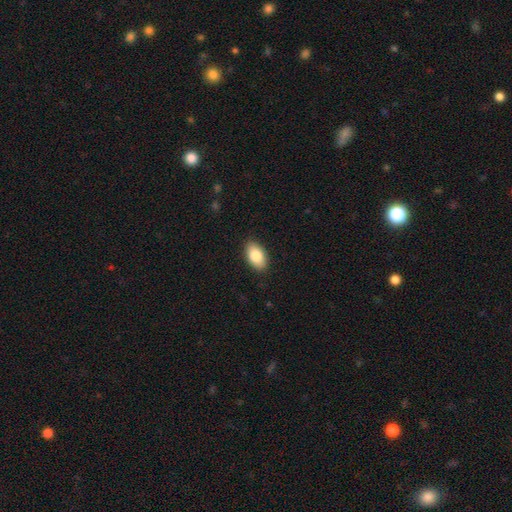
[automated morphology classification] This appears to be a smooth galaxy with no disk features (85%) that is in between round and cigar-shaped (93%). Merging: none (88%).